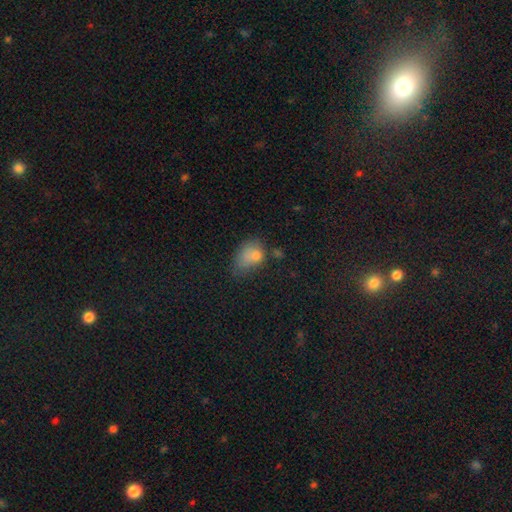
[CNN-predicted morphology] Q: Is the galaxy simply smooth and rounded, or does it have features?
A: smooth — 74%.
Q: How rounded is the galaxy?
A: in between — 73%.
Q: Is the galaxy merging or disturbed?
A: minor disturbance — 32%.